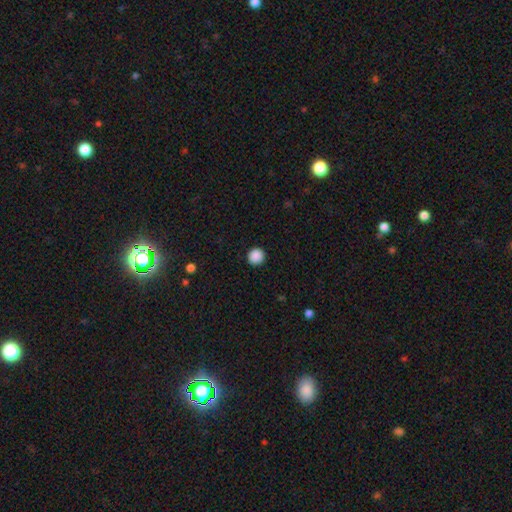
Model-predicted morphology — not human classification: Smooth or featured?
  - smooth: 89% *
  - star or artifact: 9%
  - featured or disk: 2%
How rounded?
  - round: 93% *
  - in between: 6%
  - cigar-shaped: 1%
Merging?
  - none: 93% *
  - minor disturbance: 5%
  - major disturbance: 2%
  - merger: 1%